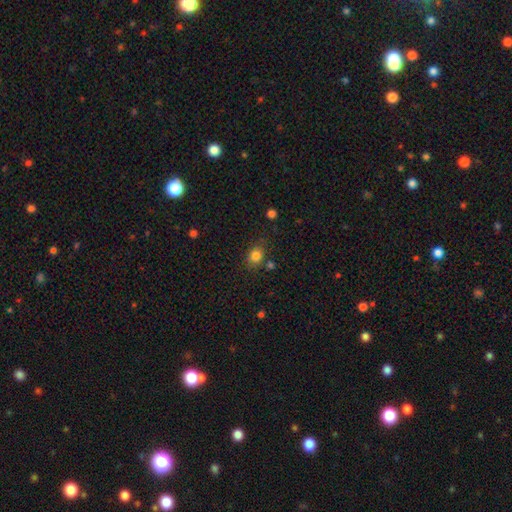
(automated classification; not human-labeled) Smooth or featured? smooth (82%)
How rounded? round (60%)
Merging? none (75%)